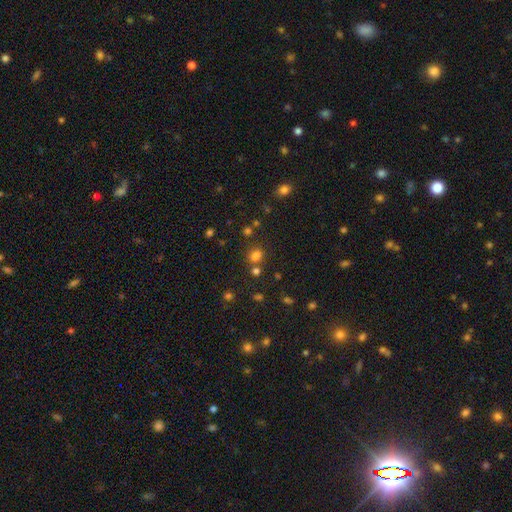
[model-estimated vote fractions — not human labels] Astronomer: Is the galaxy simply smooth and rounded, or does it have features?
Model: smooth — 70%.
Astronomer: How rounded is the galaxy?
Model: round — 58% (runner-up: in between, 41%).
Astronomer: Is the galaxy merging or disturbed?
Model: none — 65%.